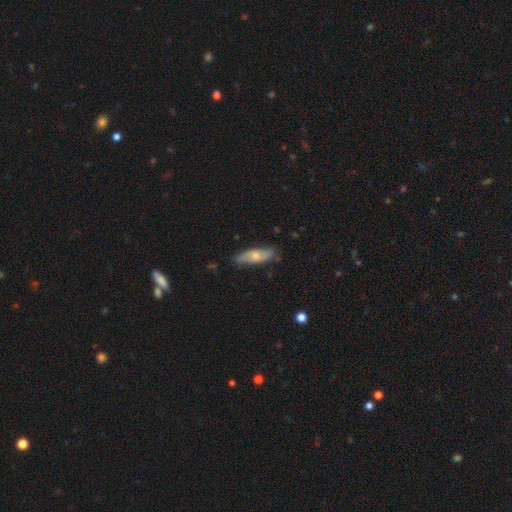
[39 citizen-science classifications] Volunteers were most divided on "smooth or featured": smooth: 56%, featured or disk: 38%, star or artifact: 5%. More confident: how rounded — in between (95%); merging — none (81%).